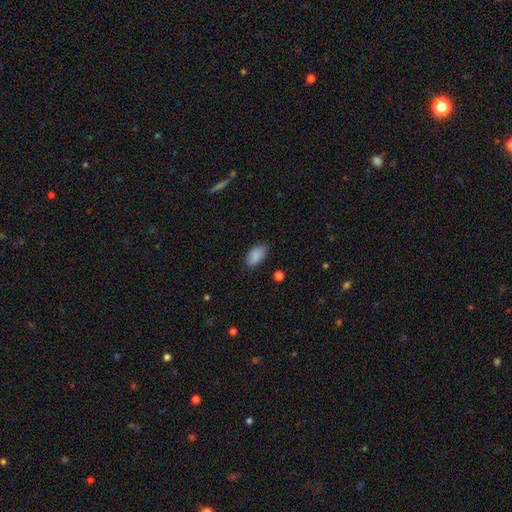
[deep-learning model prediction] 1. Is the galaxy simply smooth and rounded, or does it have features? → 87% smooth, 7% star or artifact, 6% featured or disk.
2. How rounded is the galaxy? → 94% in between, 4% round, 3% cigar-shaped.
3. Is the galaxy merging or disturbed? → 80% none, 16% minor disturbance, 3% major disturbance, 1% merger.